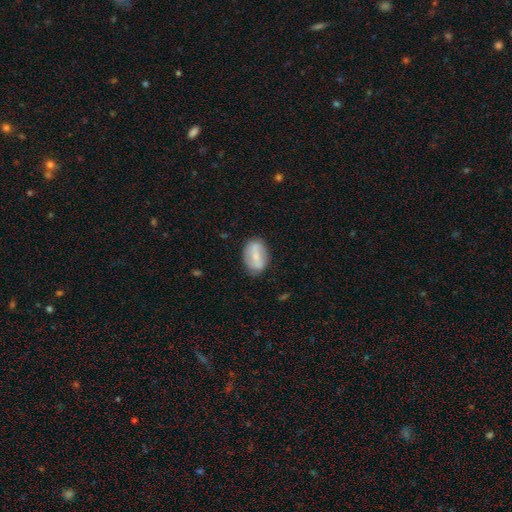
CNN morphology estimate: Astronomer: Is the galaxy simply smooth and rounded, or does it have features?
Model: featured or disk — 48% (runner-up: smooth, 46%).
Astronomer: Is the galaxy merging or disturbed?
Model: none — 77%.